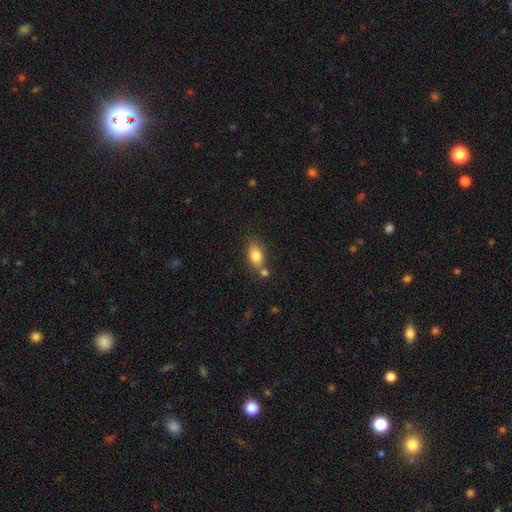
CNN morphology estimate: This is likely a smooth galaxy (80%). How rounded: clearly in between (85%). Merging: likely none (62%).